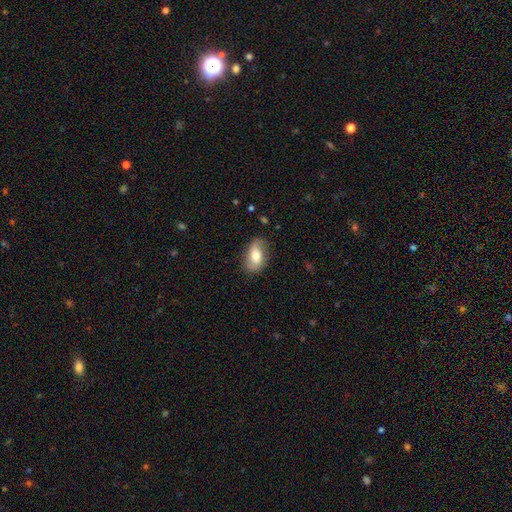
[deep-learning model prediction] Smooth or featured?
  - smooth: 61% *
  - featured or disk: 31%
  - star or artifact: 7%
How rounded?
  - in between: 88% *
  - round: 9%
  - cigar-shaped: 3%
Merging?
  - none: 74% *
  - minor disturbance: 19%
  - major disturbance: 5%
  - merger: 1%